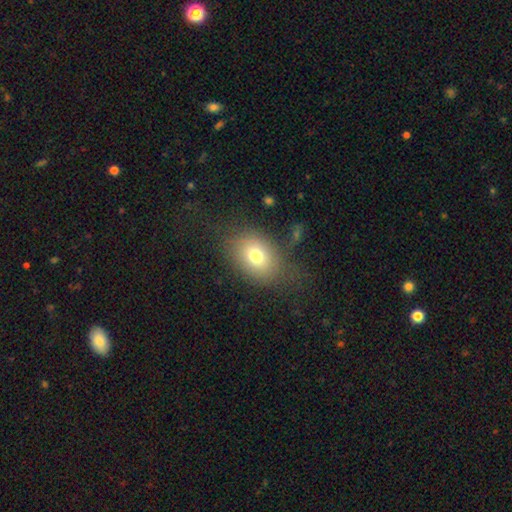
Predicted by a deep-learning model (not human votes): smooth_or_featured: smooth (p=0.73) [alt: featured or disk p=0.16]
how_rounded: in between (p=0.66) [alt: round p=0.33]
merging: none (p=0.64) [alt: minor disturbance p=0.17]